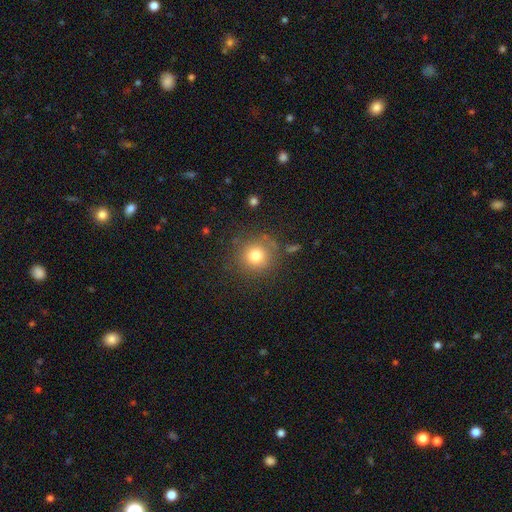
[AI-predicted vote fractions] Smooth or featured: smooth — 77% (star or artifact — 13%)
How rounded: round — 92% (in between — 7%)
Merging: none — 80% (minor disturbance — 12%)